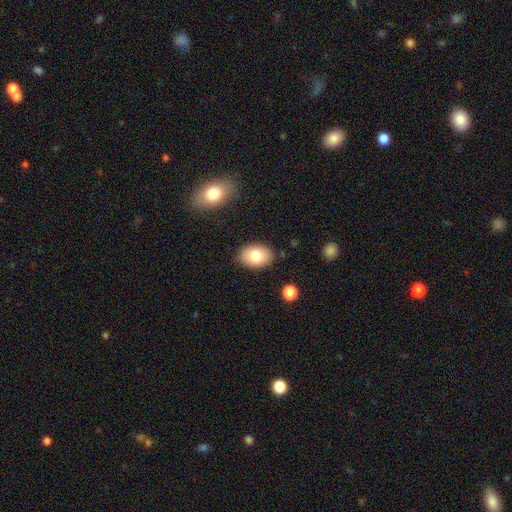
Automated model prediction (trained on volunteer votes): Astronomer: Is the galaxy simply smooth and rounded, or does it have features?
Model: smooth — 81%.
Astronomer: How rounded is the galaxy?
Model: in between — 83%.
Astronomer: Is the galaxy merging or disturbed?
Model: none — 84%.